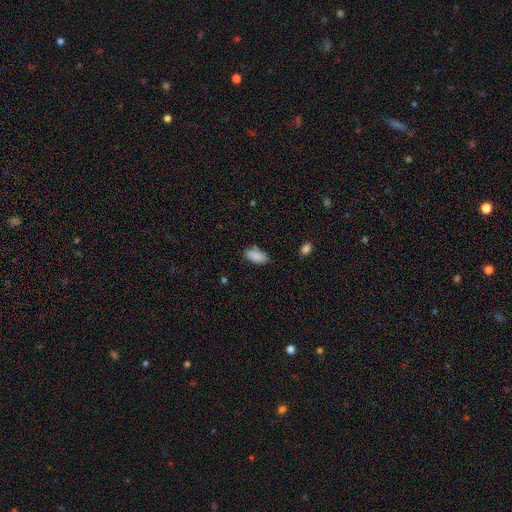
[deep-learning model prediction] smooth_or_featured: smooth (p=0.89) [alt: star or artifact p=0.07]
how_rounded: in between (p=0.92) [alt: cigar-shaped p=0.06]
merging: none (p=0.82) [alt: minor disturbance p=0.13]